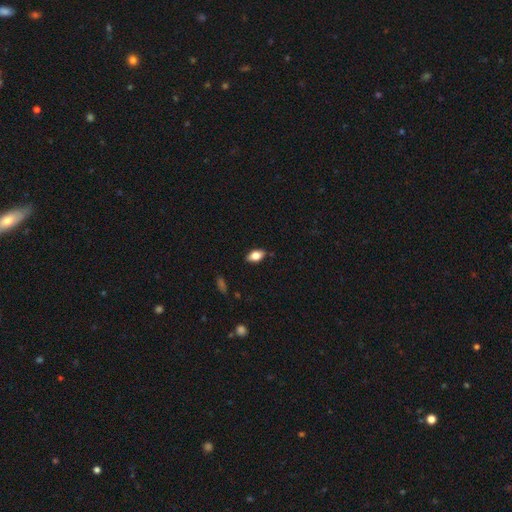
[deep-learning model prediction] This is likely a smooth galaxy (79%). How rounded: clearly in between (90%). Merging: clearly none (86%).